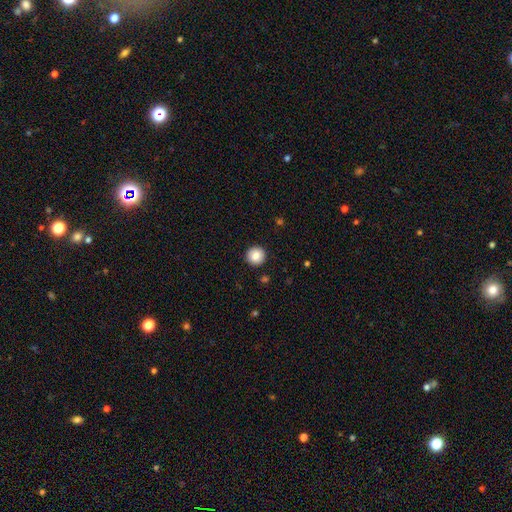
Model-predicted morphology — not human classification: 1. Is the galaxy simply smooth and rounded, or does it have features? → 85% smooth, 8% star or artifact, 7% featured or disk.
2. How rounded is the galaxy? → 96% round, 3% in between, 1% cigar-shaped.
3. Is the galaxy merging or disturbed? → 93% none, 5% minor disturbance, 2% major disturbance, 1% merger.